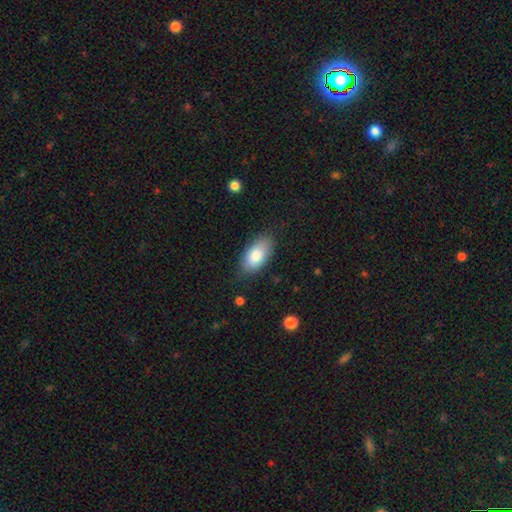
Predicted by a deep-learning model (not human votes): Overall: smooth (83%). How rounded: in between (93%). Merging: none (80%).